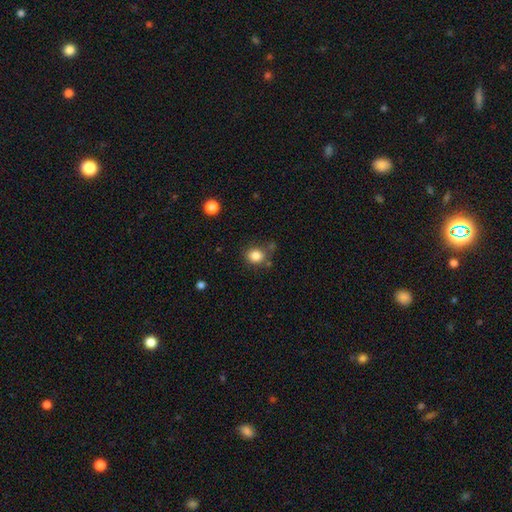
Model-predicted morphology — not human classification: A smooth galaxy with no disk features (84%) that is round (74%). Merging: none (72%).